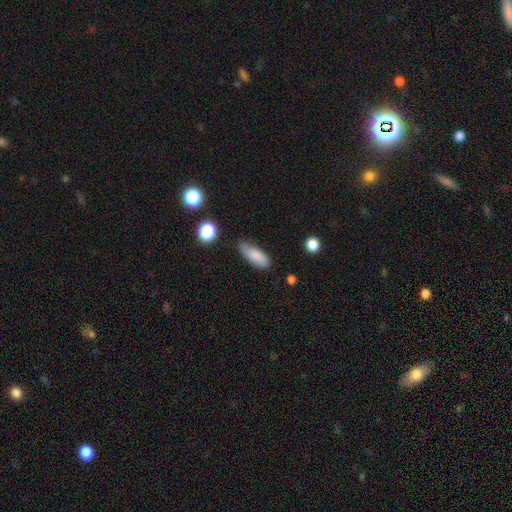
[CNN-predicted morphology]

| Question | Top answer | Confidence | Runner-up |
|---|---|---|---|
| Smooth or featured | smooth | 83% | featured or disk (10%) |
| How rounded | in between | 76% | cigar-shaped (21%) |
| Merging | none | 62% | minor disturbance (29%) |